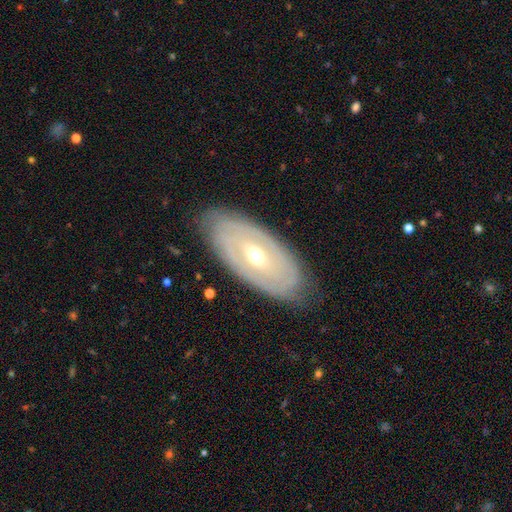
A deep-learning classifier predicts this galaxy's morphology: This appears to be a featured or disk galaxy (75%) with no bar (54%), spiral arms (63%) and a moderate central bulge (57%). Merging: none (83%).